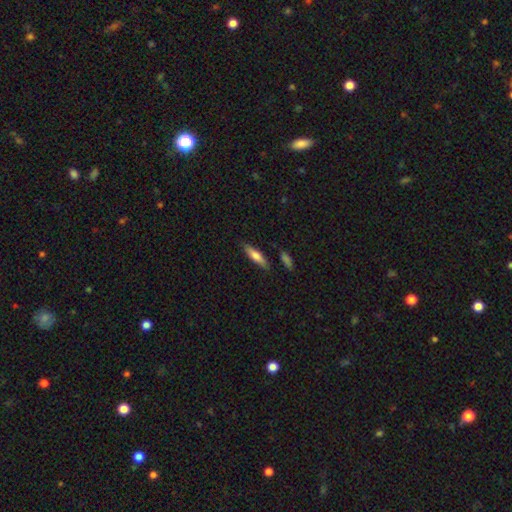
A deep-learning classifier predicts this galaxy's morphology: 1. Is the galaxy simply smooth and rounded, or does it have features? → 68% smooth, 25% featured or disk, 6% star or artifact.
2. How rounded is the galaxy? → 70% cigar-shaped, 28% in between, 2% round.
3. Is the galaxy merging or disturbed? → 82% none, 12% minor disturbance, 4% merger, 3% major disturbance.